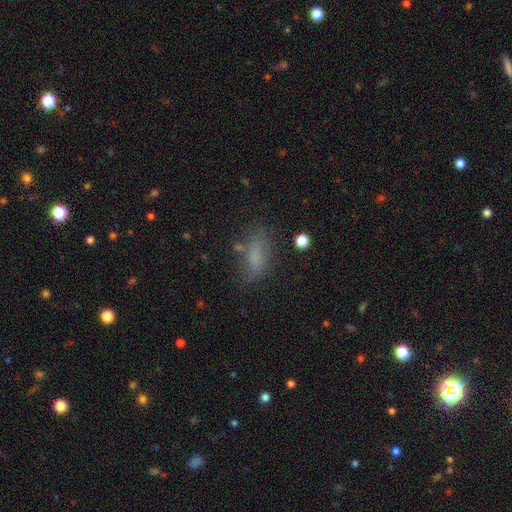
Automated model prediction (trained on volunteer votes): Smooth or featured? smooth (76%)
How rounded? in between (74%)
Merging? none (68%)